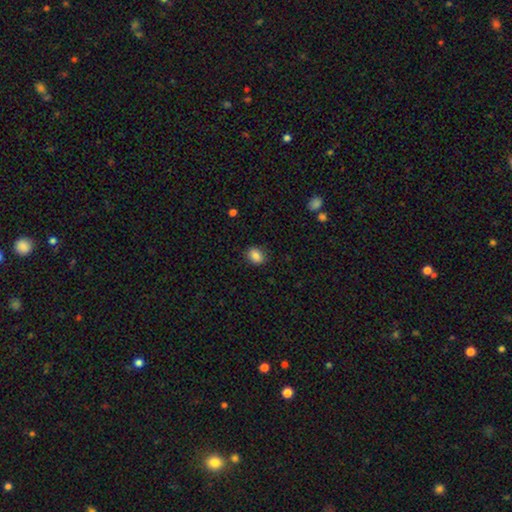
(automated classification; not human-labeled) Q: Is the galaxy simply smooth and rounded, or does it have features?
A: smooth — 85%.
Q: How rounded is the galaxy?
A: in between — 60%.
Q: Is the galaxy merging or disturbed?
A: none — 87%.